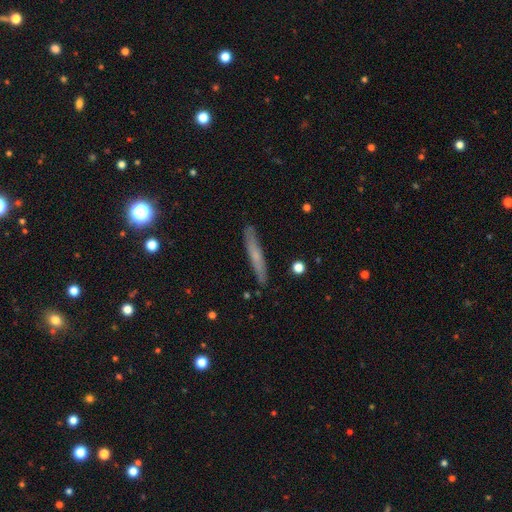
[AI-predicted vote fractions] Morphology: type=smooth (51%); roundness=cigar-shaped (94%); merging=none (86%).